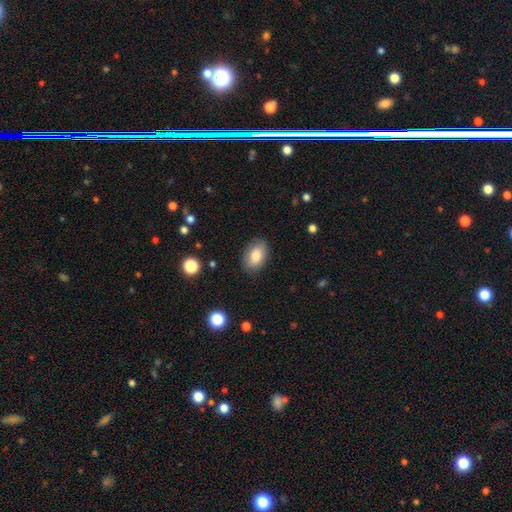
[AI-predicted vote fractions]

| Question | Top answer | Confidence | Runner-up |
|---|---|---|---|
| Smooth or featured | smooth | 83% | featured or disk (10%) |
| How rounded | in between | 87% | round (11%) |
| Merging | none | 84% | minor disturbance (11%) |